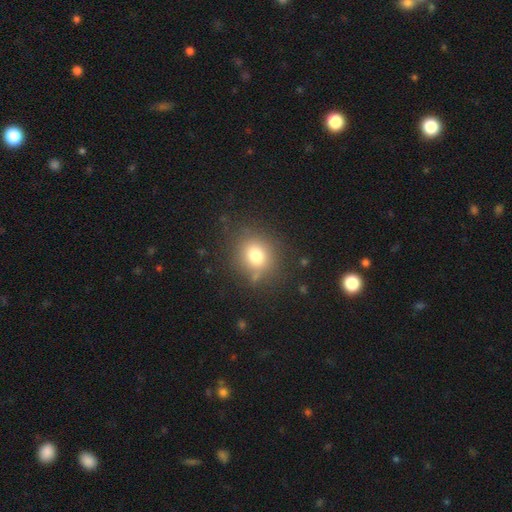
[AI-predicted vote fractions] This appears to be a smooth galaxy with no disk features (76%) that is round (76%). Merging: none (79%).